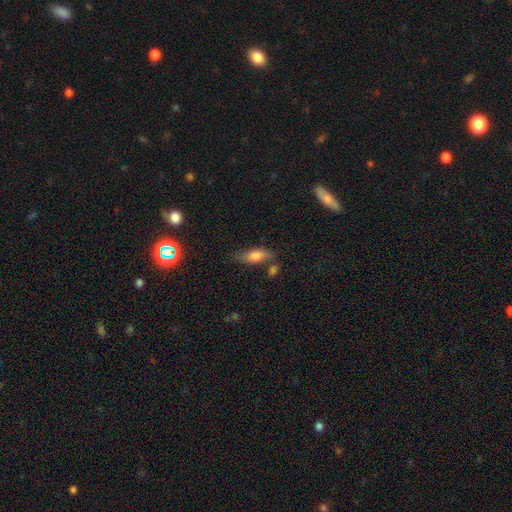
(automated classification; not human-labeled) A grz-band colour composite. It shows a smooth galaxy with no disk features (75%) that is in between round and cigar-shaped (76%). Merging: none (62%).